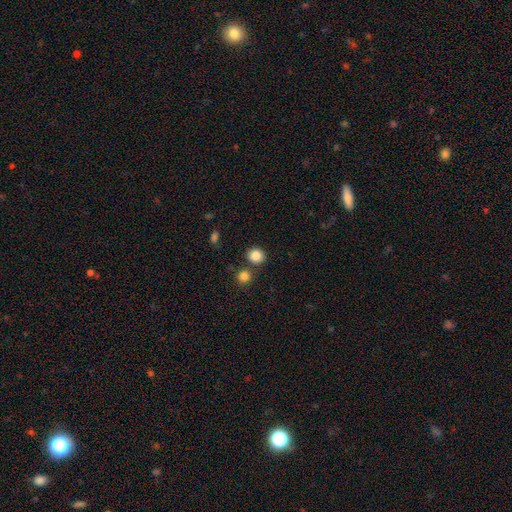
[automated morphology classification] Smooth or featured?
  - smooth: 85% *
  - star or artifact: 10%
  - featured or disk: 5%
How rounded?
  - round: 83% *
  - in between: 16%
  - cigar-shaped: 1%
Merging?
  - none: 79% *
  - merger: 10%
  - minor disturbance: 8%
  - major disturbance: 3%